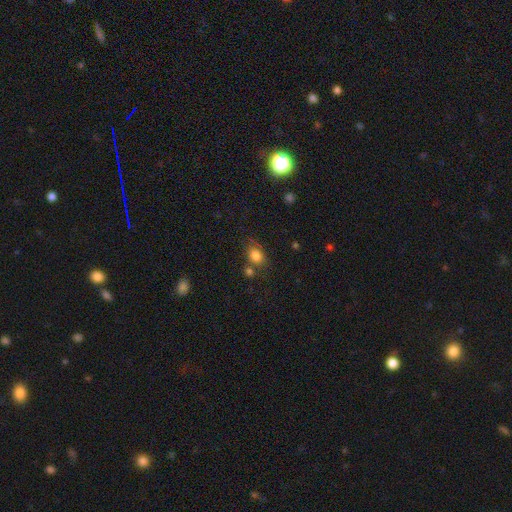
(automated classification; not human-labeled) This is clearly a smooth galaxy (82%). How rounded: possibly in between (56%). Merging: likely none (63%).